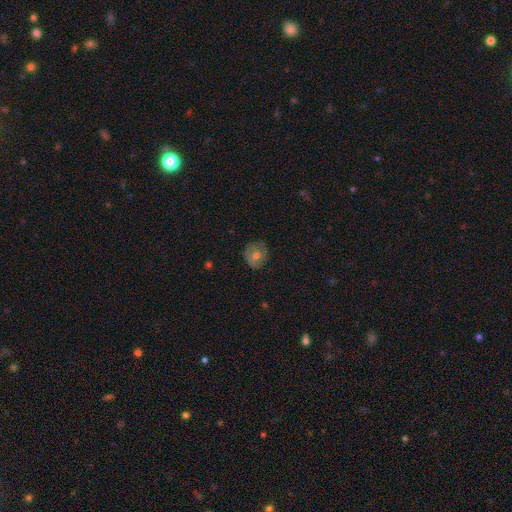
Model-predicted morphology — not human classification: Smooth or featured: smooth — 48% (featured or disk — 43%)
Merging: none — 75% (minor disturbance — 18%)